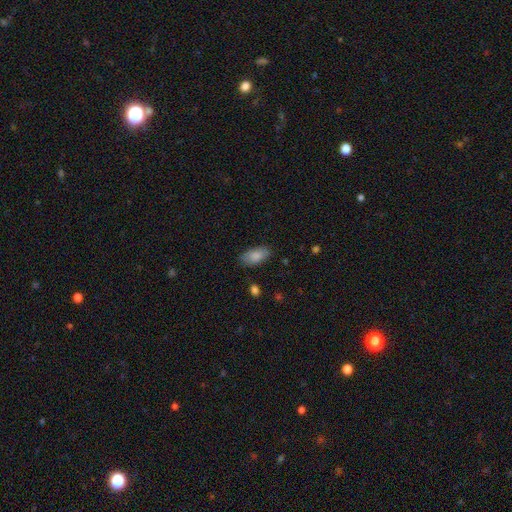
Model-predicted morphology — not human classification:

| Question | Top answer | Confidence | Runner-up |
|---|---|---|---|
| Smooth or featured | smooth | 86% | featured or disk (8%) |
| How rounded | in between | 92% | cigar-shaped (6%) |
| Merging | none | 79% | minor disturbance (16%) |